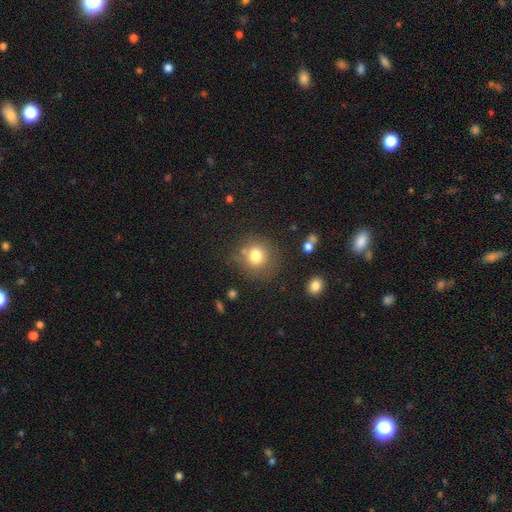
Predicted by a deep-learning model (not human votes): Smooth or featured?
  - smooth: 79% *
  - star or artifact: 12%
  - featured or disk: 9%
How rounded?
  - round: 88% *
  - in between: 11%
  - cigar-shaped: 1%
Merging?
  - none: 75% *
  - minor disturbance: 14%
  - merger: 6%
  - major disturbance: 5%